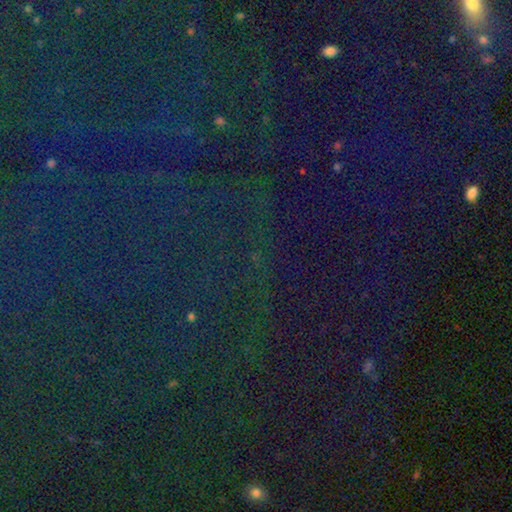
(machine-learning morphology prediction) Smooth or featured? star or artifact (83%)